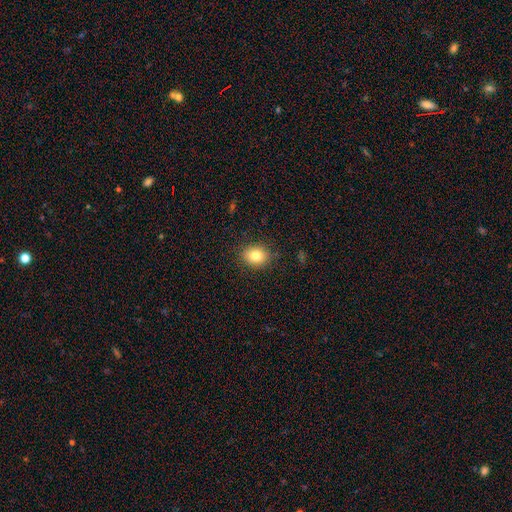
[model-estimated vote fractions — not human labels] Smooth or featured? Predicted: smooth (p=0.82). How rounded? Predicted: round (p=0.56). Merging? Predicted: none (p=0.88).